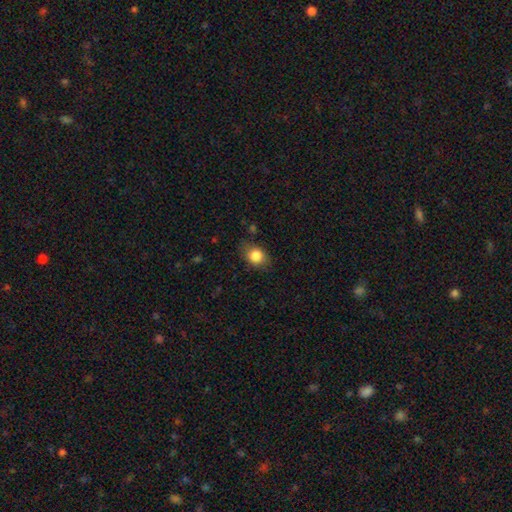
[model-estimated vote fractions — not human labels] Smooth or featured? smooth (83%)
How rounded? in between (55%)
Merging? none (76%)